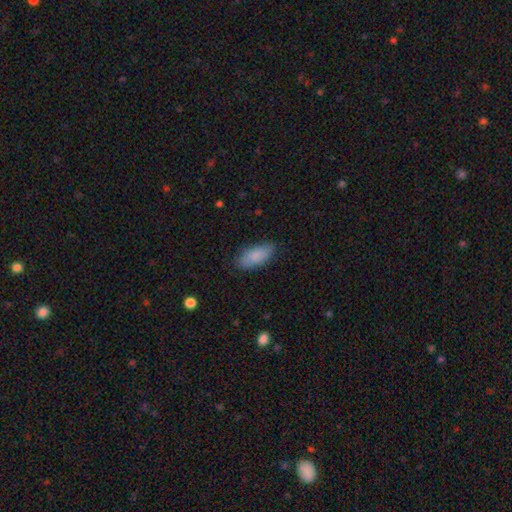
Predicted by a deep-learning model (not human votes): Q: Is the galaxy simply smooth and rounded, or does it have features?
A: smooth — 86%.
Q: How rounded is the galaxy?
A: in between — 86%.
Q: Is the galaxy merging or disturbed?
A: none — 82%.